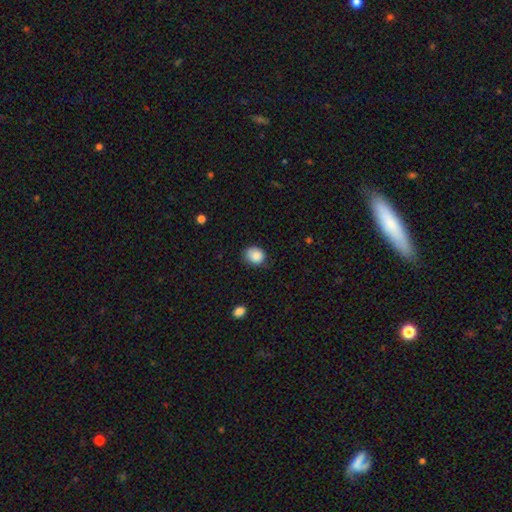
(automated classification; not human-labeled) Smooth or featured: smooth — 87% (star or artifact — 9%)
How rounded: round — 68% (in between — 32%)
Merging: none — 73% (minor disturbance — 22%)